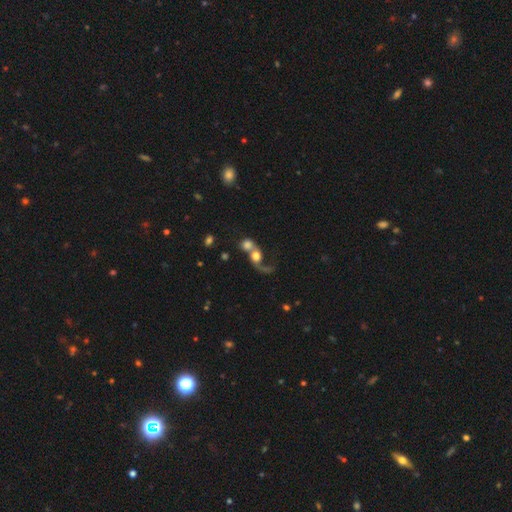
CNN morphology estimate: Overall: smooth (48%; featured or disk 41%). Merging: merger (72%).